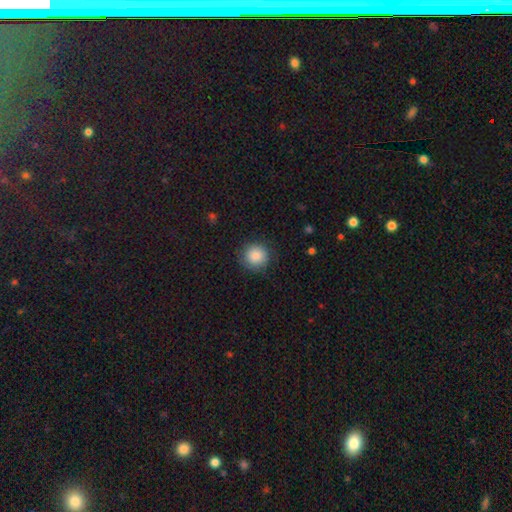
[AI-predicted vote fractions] Smooth or featured?
  - smooth: 87% *
  - star or artifact: 9%
  - featured or disk: 5%
How rounded?
  - round: 94% *
  - in between: 5%
  - cigar-shaped: 1%
Merging?
  - none: 87% *
  - minor disturbance: 9%
  - major disturbance: 3%
  - merger: 1%